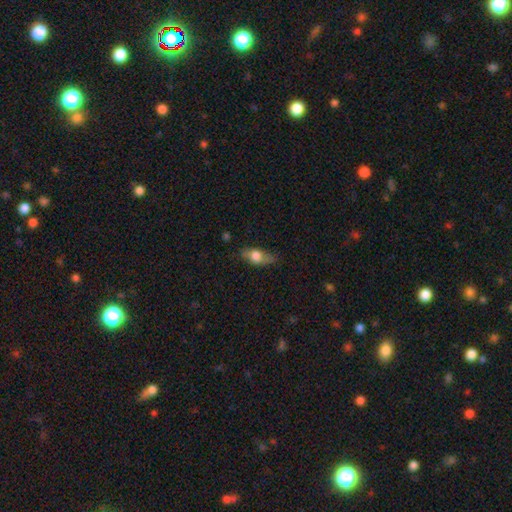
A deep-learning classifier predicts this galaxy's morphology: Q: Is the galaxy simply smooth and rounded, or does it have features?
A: smooth — 65%.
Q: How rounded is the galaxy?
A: in between — 75%.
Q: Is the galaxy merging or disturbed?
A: none — 69%.